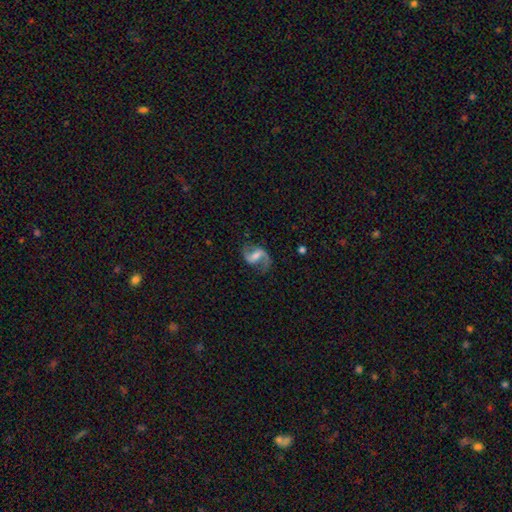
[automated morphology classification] smooth_or_featured: featured or disk (p=0.85) [alt: smooth p=0.09]
disk_edge_on: no (p=0.98) [alt: yes p=0.02]
bar: weak (p=0.46) [alt: strong p=0.37]
has_spiral_arms: yes (p=0.95) [alt: no p=0.05]
spiral_winding: loose (p=0.58) [alt: medium p=0.34]
spiral_arm_count: 2 (p=0.90) [alt: 1 p=0.05]
bulge_size: moderate (p=0.42) [alt: small p=0.39]
merging: none (p=0.73) [alt: minor disturbance p=0.16]